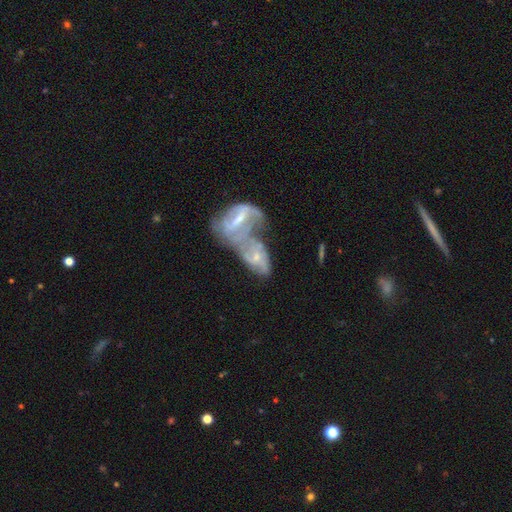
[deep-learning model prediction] Smooth or featured? featured or disk (71%)
Edge-on disk? no (94%)
Bar? no (43%)
Spiral arms? yes (70%)
Bulge size? small (53%)
Merging? merger (76%)